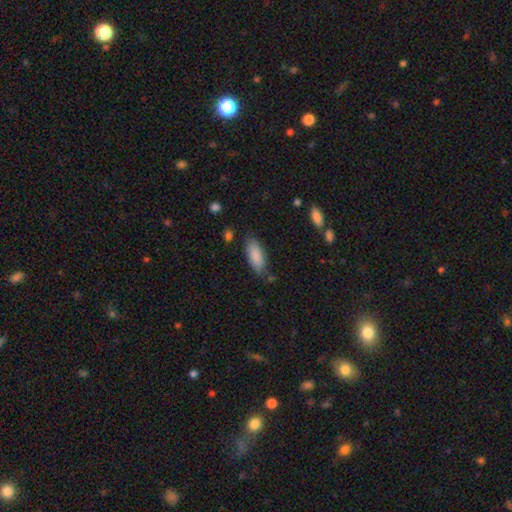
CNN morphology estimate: Smooth or featured? Predicted: smooth (p=0.87). How rounded? Predicted: in between (p=0.75). Merging? Predicted: none (p=0.77).